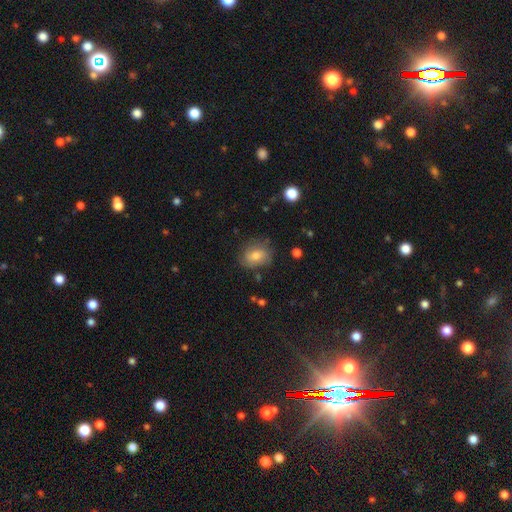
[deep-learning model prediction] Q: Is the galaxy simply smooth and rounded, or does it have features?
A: smooth — 62%.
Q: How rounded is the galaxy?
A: in between — 55%.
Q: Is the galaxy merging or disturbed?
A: none — 73%.